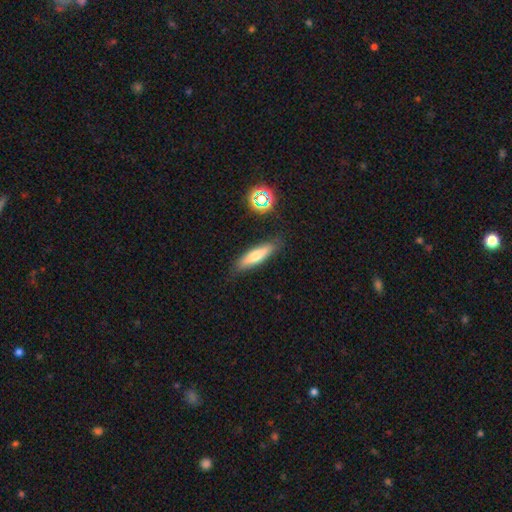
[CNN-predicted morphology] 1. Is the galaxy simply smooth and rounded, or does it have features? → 64% smooth, 28% featured or disk, 8% star or artifact.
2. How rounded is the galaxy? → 71% cigar-shaped, 27% in between, 2% round.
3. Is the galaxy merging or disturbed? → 84% none, 11% minor disturbance, 3% major disturbance, 2% merger.